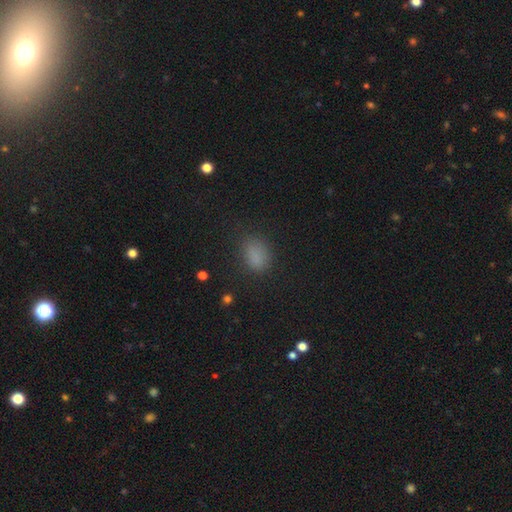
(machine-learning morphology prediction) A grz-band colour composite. It shows a smooth galaxy with no disk features (80%) that is in between round and cigar-shaped (77%). Merging: none (77%).